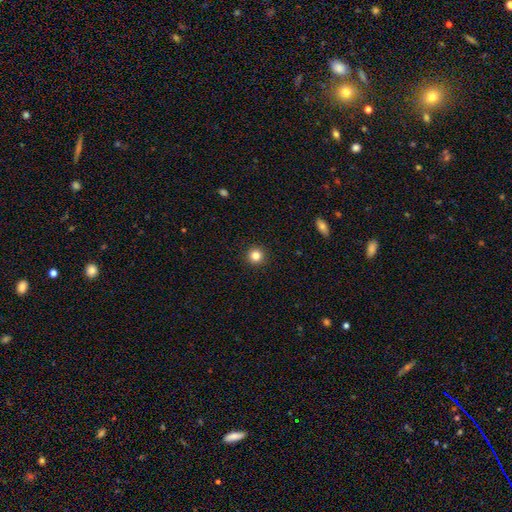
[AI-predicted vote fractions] This is clearly a smooth galaxy (83%). How rounded: clearly round (95%). Merging: clearly none (93%).